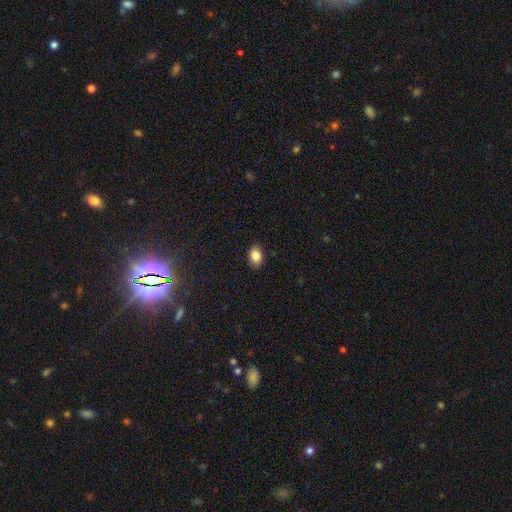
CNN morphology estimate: The model was most divided on "how rounded": in between: 82%, round: 17%, cigar-shaped: 1%. More confident: merging — none (89%); smooth or featured — smooth (85%).